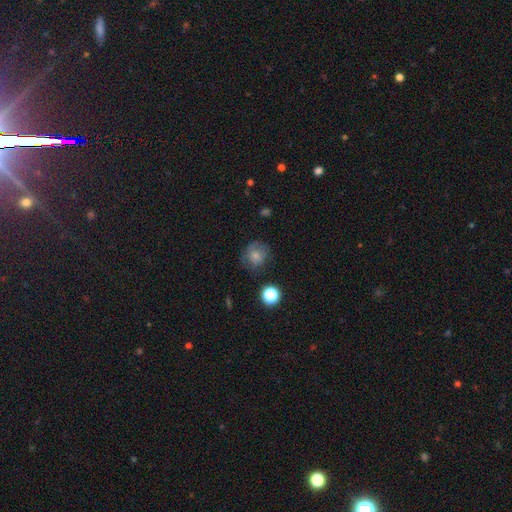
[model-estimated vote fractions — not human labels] Smooth or featured?
  - smooth: 71% *
  - featured or disk: 16%
  - star or artifact: 12%
How rounded?
  - round: 80% *
  - in between: 19%
  - cigar-shaped: 1%
Merging?
  - none: 65% *
  - minor disturbance: 23%
  - major disturbance: 10%
  - merger: 2%